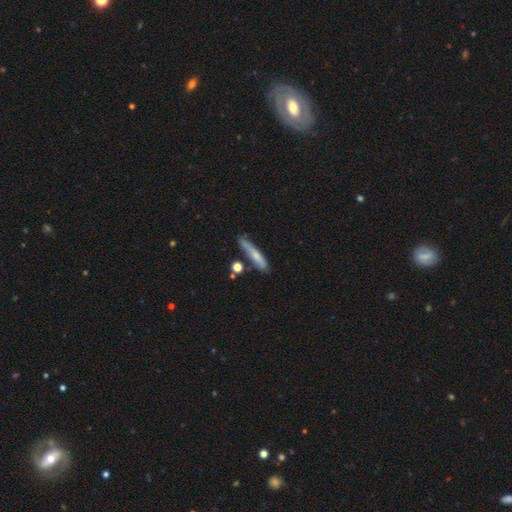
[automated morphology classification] A smooth galaxy with no disk features (61%) that is cigar-shaped (86%).

Vote fractions:
- Smooth or featured? smooth: 61% / featured or disk: 32% / star or artifact: 7%
- How rounded? cigar-shaped: 86% / in between: 11% / round: 3%
- Merging? none: 70% / minor disturbance: 18% / merger: 7% / major disturbance: 5%